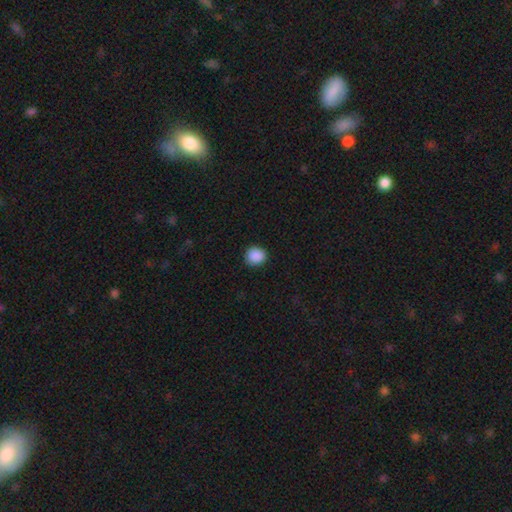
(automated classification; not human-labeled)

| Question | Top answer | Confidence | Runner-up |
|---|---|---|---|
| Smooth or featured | smooth | 89% | star or artifact (9%) |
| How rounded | round | 85% | in between (14%) |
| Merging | none | 90% | minor disturbance (7%) |